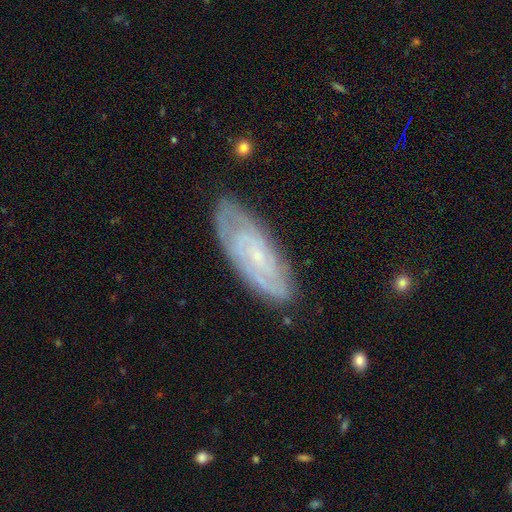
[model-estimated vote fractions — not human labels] Smooth or featured?
  - featured or disk: 77% *
  - smooth: 16%
  - star or artifact: 6%
Edge-on disk?
  - no: 90% *
  - yes: 10%
Bar?
  - no: 65% *
  - weak: 29%
  - strong: 6%
Spiral arms?
  - yes: 92% *
  - no: 8%
Spiral winding?
  - tight: 67% *
  - medium: 26%
  - loose: 6%
Spiral arm count?
  - can't tell: 41% *
  - 2: 29%
  - 3: 14%
  - 4: 7%
  - more than 4: 4%
  - 1: 4%
Bulge size?
  - small: 82% *
  - moderate: 11%
  - none: 5%
  - large: 1%
  - dominant: 1%
Merging?
  - none: 79% *
  - minor disturbance: 16%
  - major disturbance: 3%
  - merger: 1%